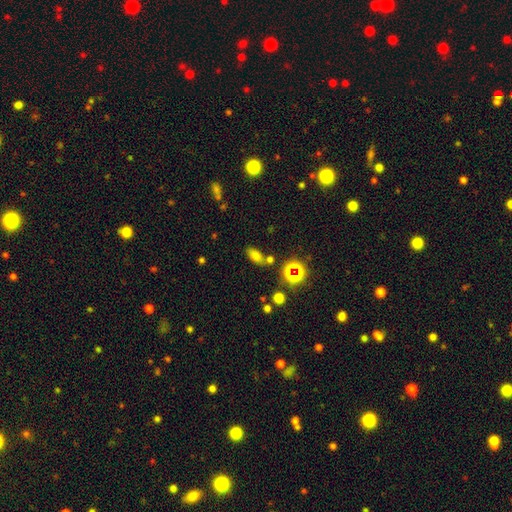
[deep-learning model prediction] Overall: smooth (68%). How rounded: in between (85%). Merging: none (68%).